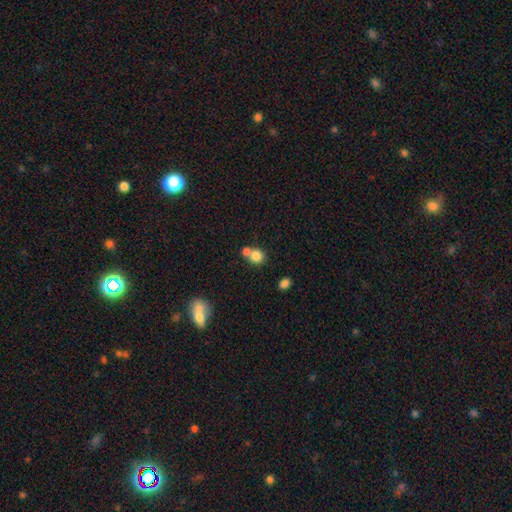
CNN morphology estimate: Overall: smooth (81%). How rounded: round (81%). Merging: none (45%; merger 44%).